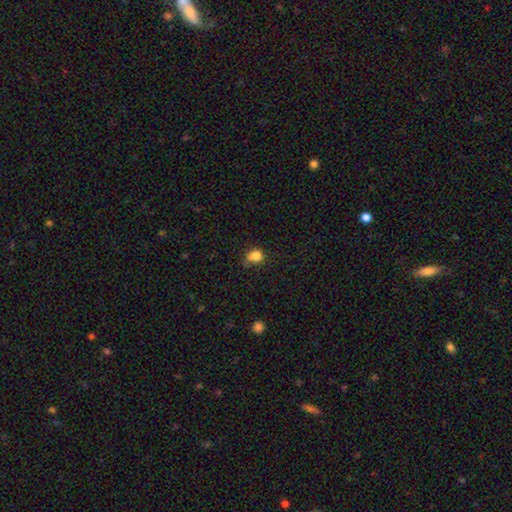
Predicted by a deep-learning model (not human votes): Smooth or featured? smooth (80%)
How rounded? round (55%)
Merging? none (43%)